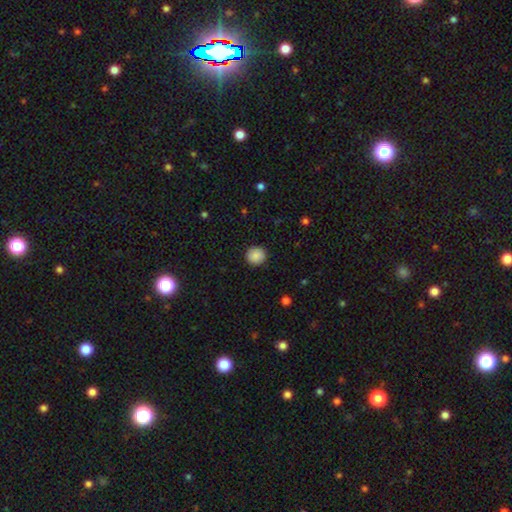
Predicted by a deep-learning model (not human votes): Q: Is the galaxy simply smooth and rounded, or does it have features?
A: smooth — 89%.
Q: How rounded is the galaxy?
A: round — 93%.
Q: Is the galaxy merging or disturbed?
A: none — 92%.